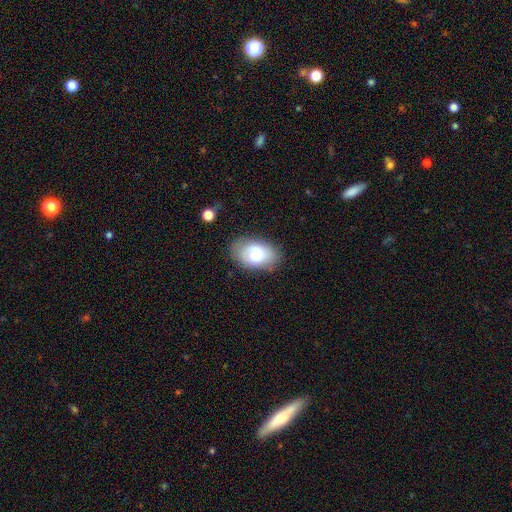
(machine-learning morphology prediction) Smooth or featured? Predicted: smooth (p=0.62). How rounded? Predicted: in between (p=0.87). Merging? Predicted: none (p=0.77).